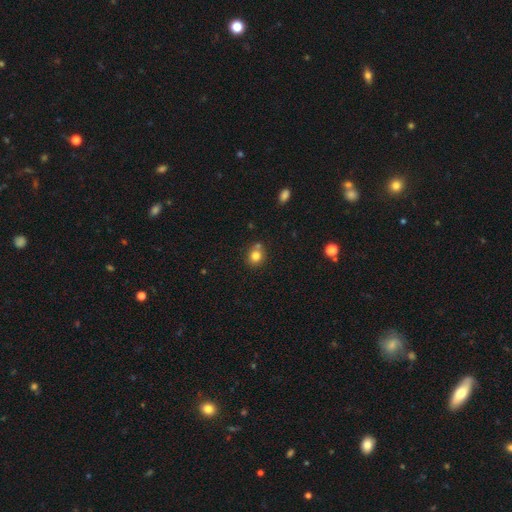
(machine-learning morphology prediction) A smooth galaxy with no disk features (80%) that is round (82%).

Vote fractions:
- Smooth or featured? smooth: 80% / star or artifact: 12% / featured or disk: 8%
- How rounded? round: 82% / in between: 17% / cigar-shaped: 1%
- Merging? none: 66% / merger: 20% / minor disturbance: 12% / major disturbance: 3%